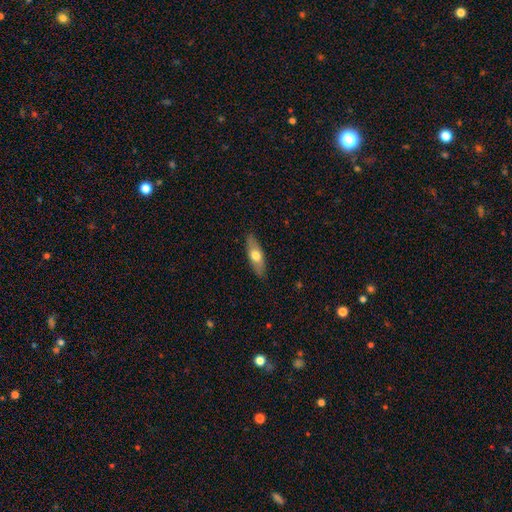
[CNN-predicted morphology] The model was most divided on "how rounded": in between: 58%, cigar-shaped: 39%, round: 3%. More confident: merging — none (87%); smooth or featured — smooth (61%).